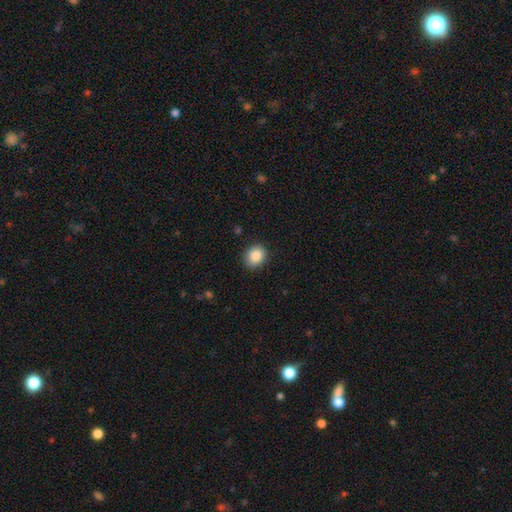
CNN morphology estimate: The model was most divided on "how rounded": round: 65%, in between: 34%, cigar-shaped: 1%. More confident: merging — none (87%); smooth or featured — smooth (87%).